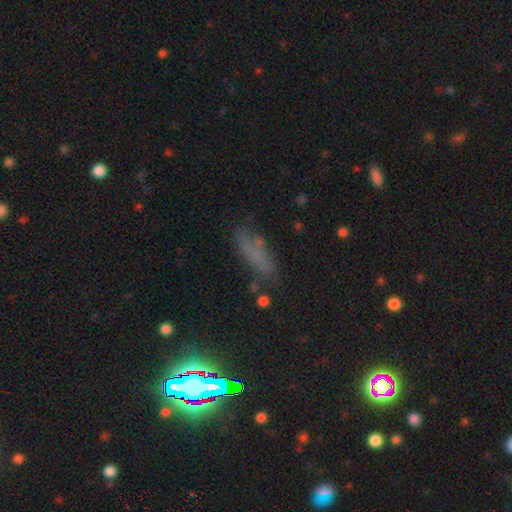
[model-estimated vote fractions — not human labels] Smooth or featured? Predicted: smooth (p=0.49). Merging? Predicted: none (p=0.63).